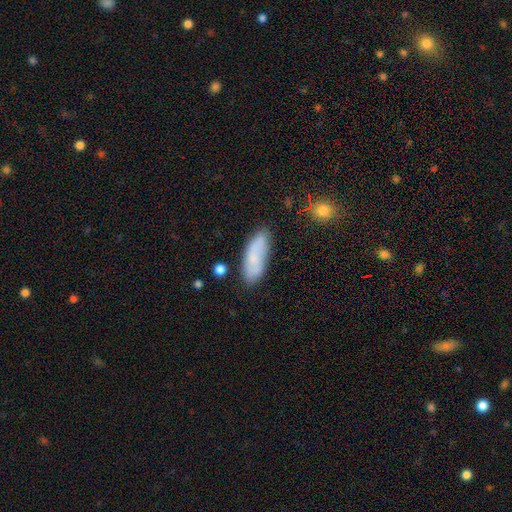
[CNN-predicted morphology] The model was most divided on "how rounded": in between: 69%, cigar-shaped: 29%, round: 2%. More confident: merging — none (75%); smooth or featured — smooth (74%).